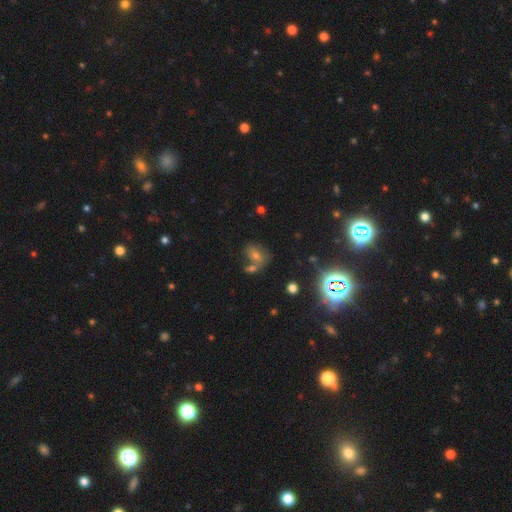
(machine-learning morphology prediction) Smooth or featured? Predicted: star or artifact (p=0.41).